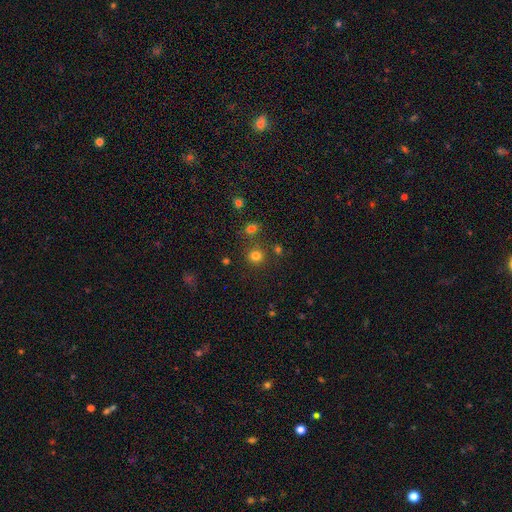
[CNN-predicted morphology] Overall: smooth (77%). How rounded: round (90%). Merging: none (79%).